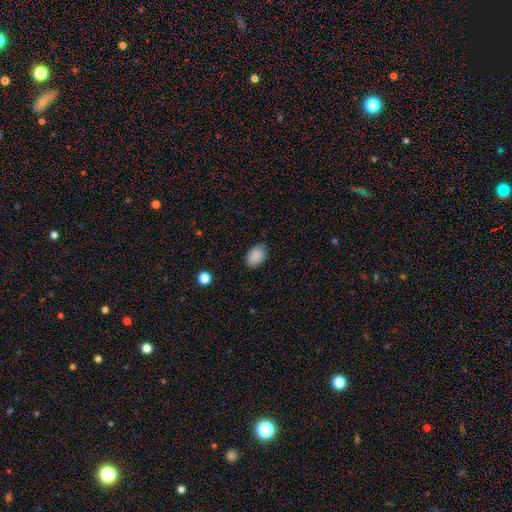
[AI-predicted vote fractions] The model was most divided on "how rounded": in between: 85%, round: 14%, cigar-shaped: 1%. More confident: smooth or featured — smooth (89%); merging — none (84%).